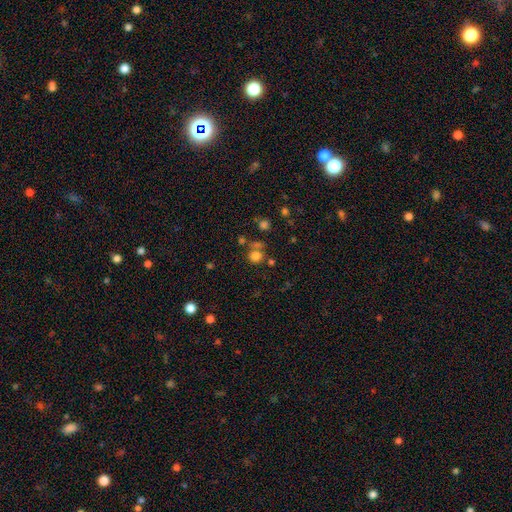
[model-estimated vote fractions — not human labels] Smooth or featured? smooth (74%)
How rounded? round (79%)
Merging? none (60%)